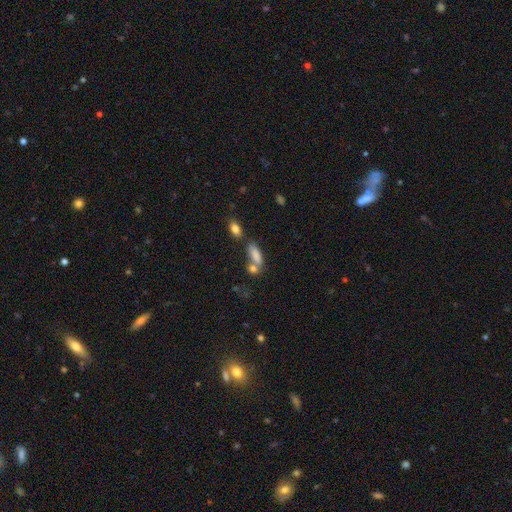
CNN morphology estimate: Smooth or featured? smooth (81%)
How rounded? in between (68%)
Merging? none (45%)